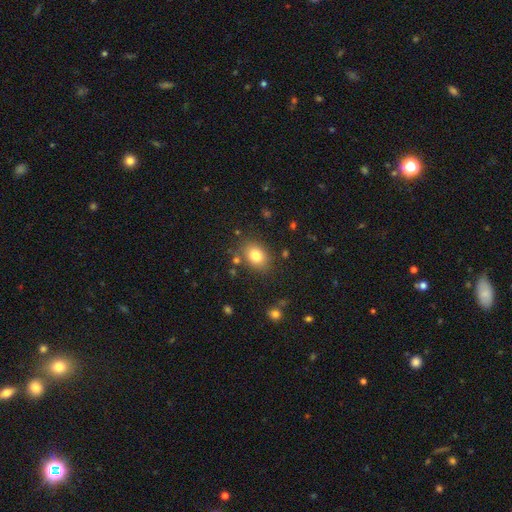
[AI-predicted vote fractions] smooth-or-featured: smooth: 80% | star or artifact: 11% | featured or disk: 9%
  how-rounded: in between: 64% | round: 35% | cigar-shaped: 1%
  merging: none: 82% | minor disturbance: 11% | major disturbance: 4% | merger: 3%